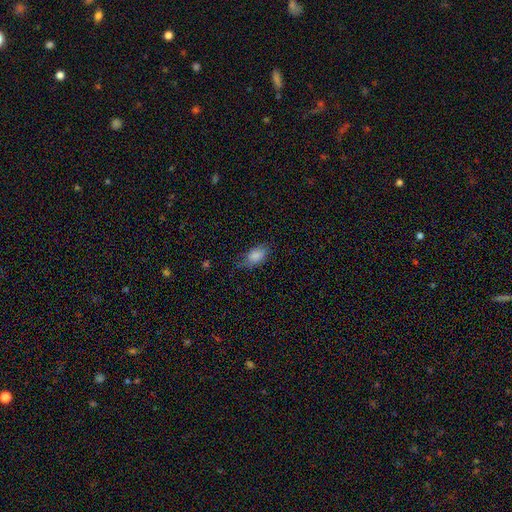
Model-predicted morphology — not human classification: Smooth or featured?
  - smooth: 85% *
  - star or artifact: 8%
  - featured or disk: 7%
How rounded?
  - in between: 91% *
  - round: 6%
  - cigar-shaped: 3%
Merging?
  - none: 62% *
  - minor disturbance: 28%
  - major disturbance: 8%
  - merger: 2%